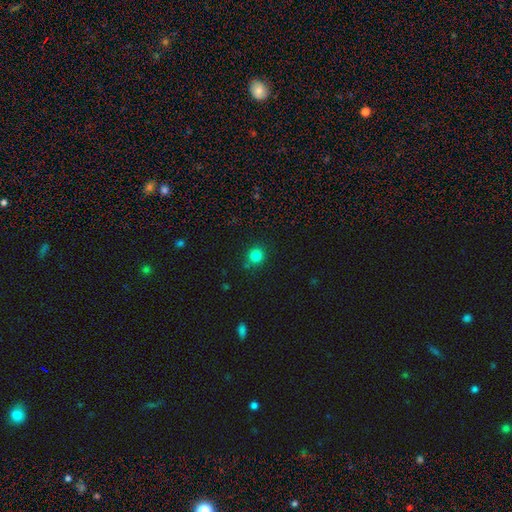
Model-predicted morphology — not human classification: A smooth galaxy with no disk features (82%) that is round (90%). Merging: none (84%).